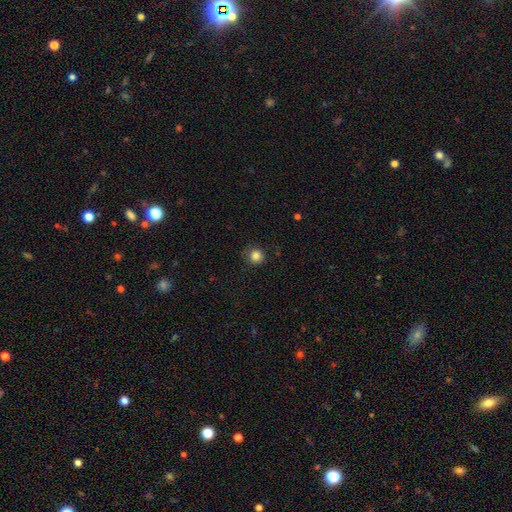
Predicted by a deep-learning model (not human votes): Overall: smooth (84%). How rounded: round (91%). Merging: none (82%).